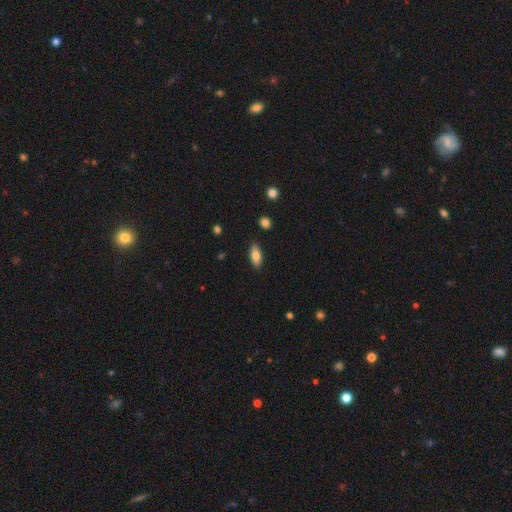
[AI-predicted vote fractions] A smooth galaxy with no disk features (83%) that is in between round and cigar-shaped (86%).

Vote fractions:
- Smooth or featured? smooth: 83% / featured or disk: 9% / star or artifact: 7%
- How rounded? in between: 86% / cigar-shaped: 12% / round: 3%
- Merging? none: 87% / minor disturbance: 9% / major disturbance: 2% / merger: 1%